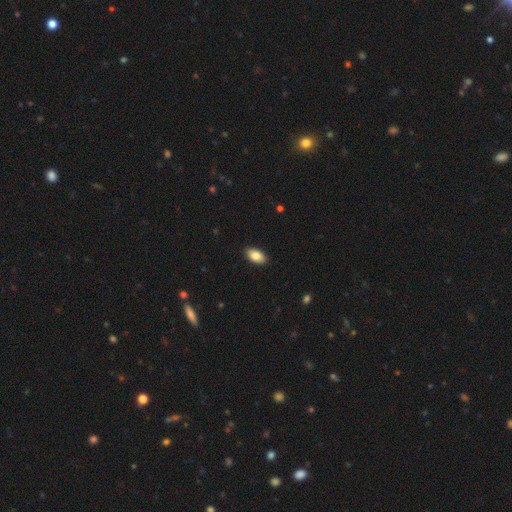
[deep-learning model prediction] smooth-or-featured: smooth: 85% | featured or disk: 8% | star or artifact: 7%
  how-rounded: in between: 94% | round: 4% | cigar-shaped: 2%
  merging: none: 90% | minor disturbance: 8% | major disturbance: 2% | merger: 1%